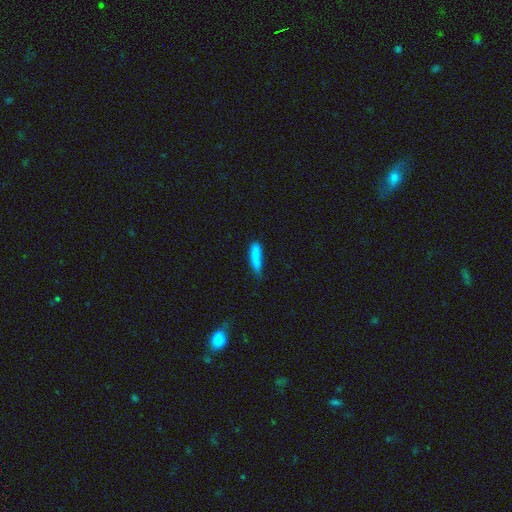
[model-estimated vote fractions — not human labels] smooth 83%, featured or disk 9%, star or artifact 8%. Down the decision tree: how rounded — cigar-shaped (75%); merging — none (49%).